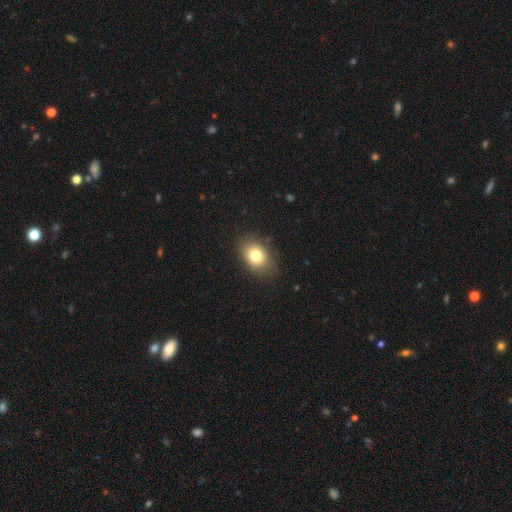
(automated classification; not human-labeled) A smooth galaxy with no disk features (78%) that is in between round and cigar-shaped (70%).

Vote fractions:
- Smooth or featured? smooth: 78% / featured or disk: 12% / star or artifact: 10%
- How rounded? in between: 70% / round: 29% / cigar-shaped: 1%
- Merging? none: 81% / minor disturbance: 14% / major disturbance: 4% / merger: 1%